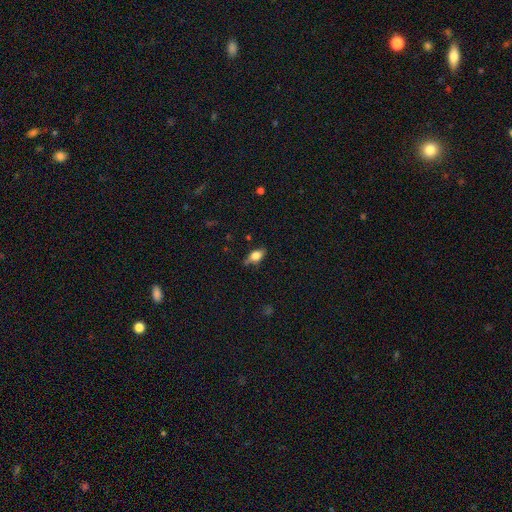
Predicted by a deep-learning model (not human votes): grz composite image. It shows a smooth galaxy with no disk features (73%) that is in between round and cigar-shaped (83%). Merging: none (68%).